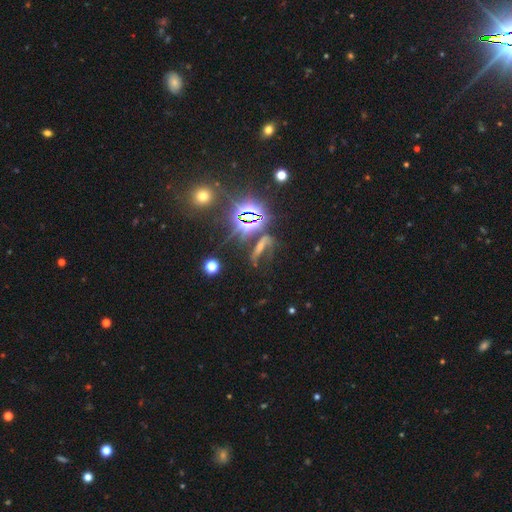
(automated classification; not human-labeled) Smooth or featured: star or artifact — 82% (smooth — 10%)